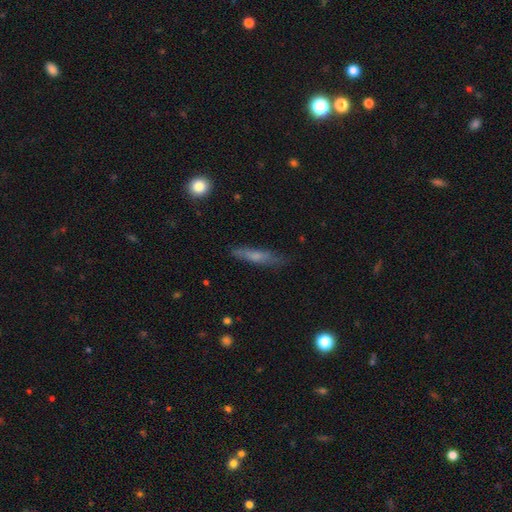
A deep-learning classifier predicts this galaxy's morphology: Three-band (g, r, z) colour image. It shows a smooth galaxy with no disk features (56%) that is cigar-shaped (85%). Merging: none (78%).